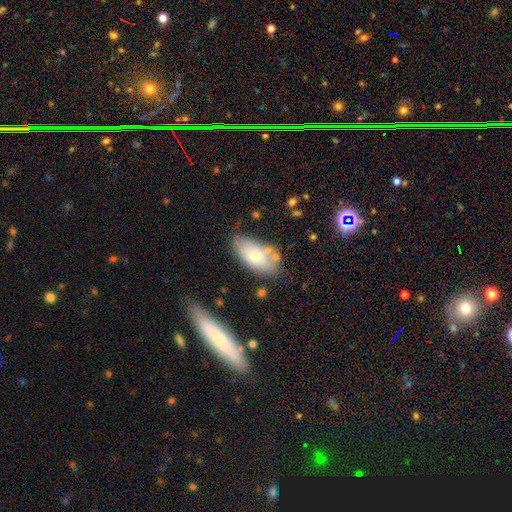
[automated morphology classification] Smooth or featured: smooth — 64% (featured or disk — 29%)
How rounded: in between — 92% (round — 4%)
Merging: none — 57% (minor disturbance — 23%)